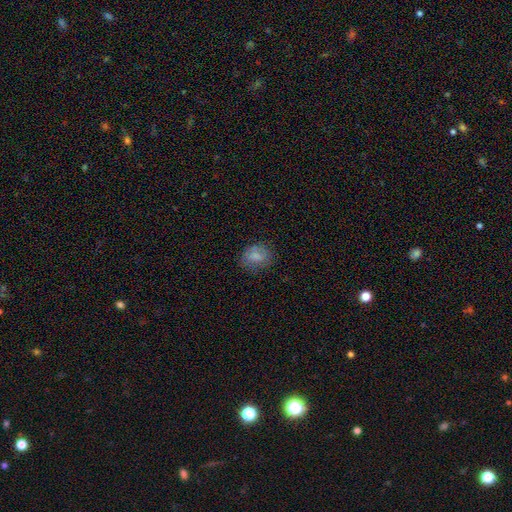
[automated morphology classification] smooth 75%, featured or disk 15%, star or artifact 9%. Down the decision tree: how rounded — round (50%); merging — none (72%).